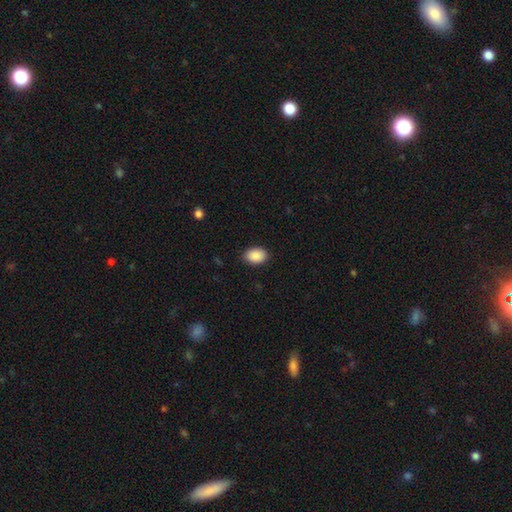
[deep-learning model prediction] Morphology: type=smooth (90%); roundness=in between (81%); merging=none (88%).